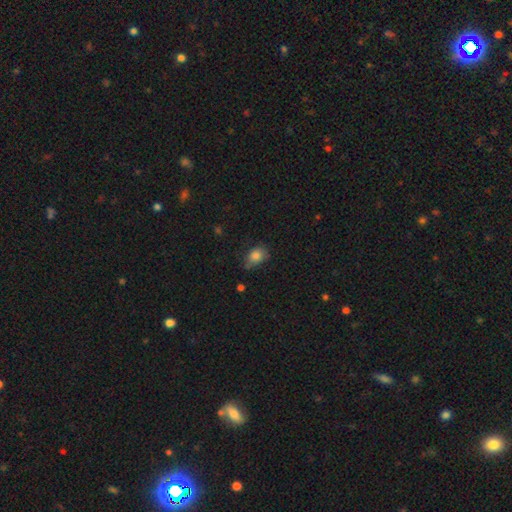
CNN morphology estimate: The model was most divided on "merging": none: 62%, minor disturbance: 28%, major disturbance: 7%, merger: 3%. More confident: smooth or featured — smooth (83%); how rounded — in between (68%).